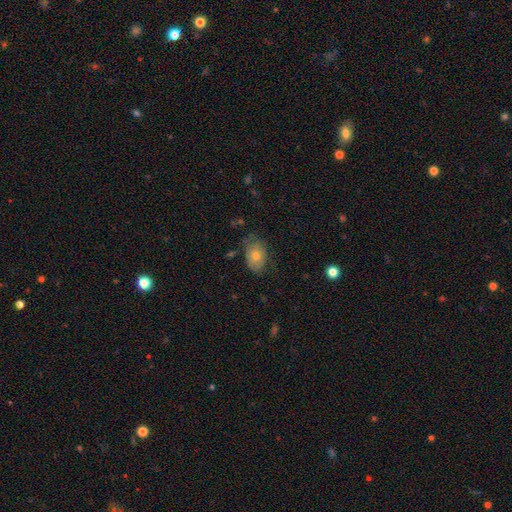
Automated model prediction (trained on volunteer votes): smooth-or-featured: smooth: 62% | featured or disk: 28% | star or artifact: 10%
  how-rounded: in between: 82% | round: 16% | cigar-shaped: 1%
  merging: none: 69% | minor disturbance: 22% | major disturbance: 6% | merger: 2%